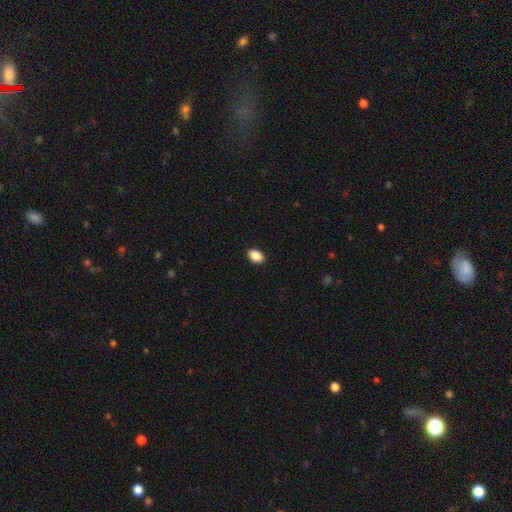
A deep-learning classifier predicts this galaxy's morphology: Smooth or featured?
  - smooth: 89% *
  - star or artifact: 8%
  - featured or disk: 3%
How rounded?
  - in between: 83% *
  - round: 16%
  - cigar-shaped: 1%
Merging?
  - none: 91% *
  - minor disturbance: 7%
  - major disturbance: 2%
  - merger: 1%